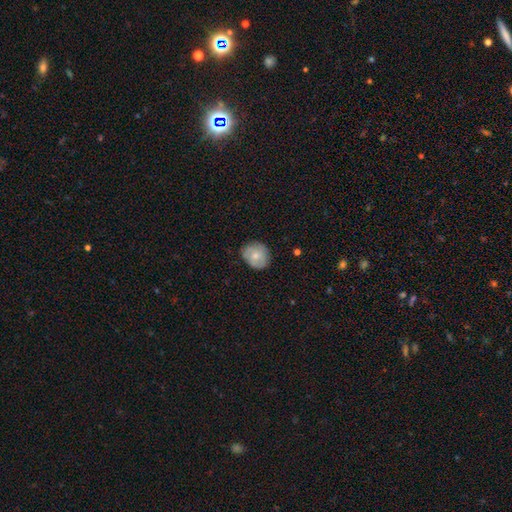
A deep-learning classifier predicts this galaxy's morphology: smooth_or_featured: smooth (p=0.67) [alt: featured or disk p=0.26]
how_rounded: round (p=0.75) [alt: in between p=0.24]
merging: none (p=0.74) [alt: minor disturbance p=0.21]